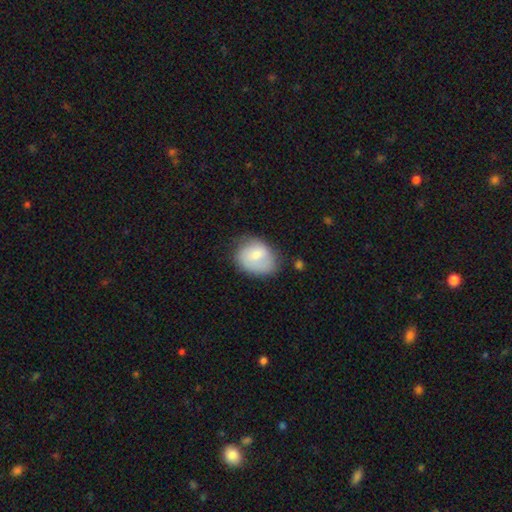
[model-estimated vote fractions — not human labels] Smooth or featured? Predicted: smooth (p=0.70). How rounded? Predicted: in between (p=0.57). Merging? Predicted: none (p=0.56).